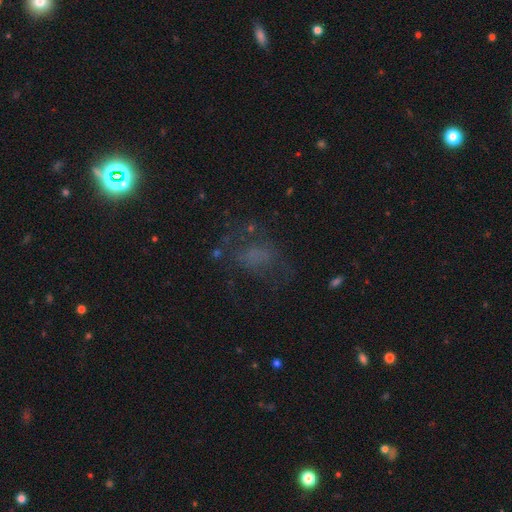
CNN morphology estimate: This is marginally a smooth galaxy (39%). Merging: possibly none (51%).